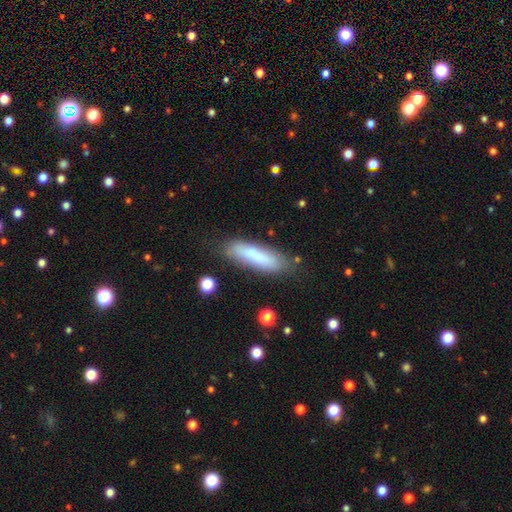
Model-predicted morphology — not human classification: This is likely a smooth galaxy (75%). How rounded: likely cigar-shaped (68%). Merging: likely none (76%).